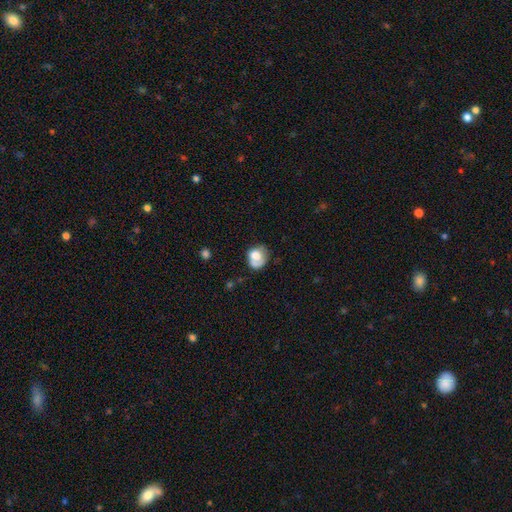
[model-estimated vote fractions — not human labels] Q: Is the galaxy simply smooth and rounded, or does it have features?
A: smooth — 69%.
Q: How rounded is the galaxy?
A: round — 64%.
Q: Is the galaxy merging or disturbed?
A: none — 43%.